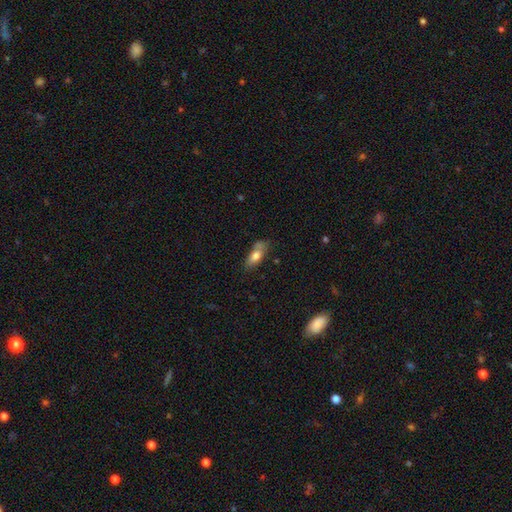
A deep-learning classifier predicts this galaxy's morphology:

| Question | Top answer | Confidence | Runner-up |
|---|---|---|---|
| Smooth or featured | smooth | 75% | featured or disk (18%) |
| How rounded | in between | 75% | cigar-shaped (22%) |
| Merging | none | 56% | minor disturbance (27%) |